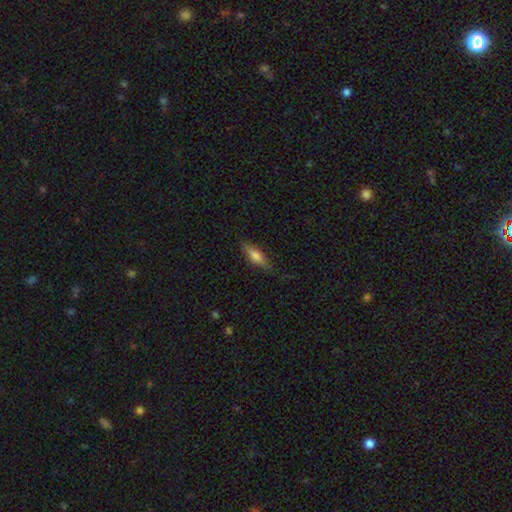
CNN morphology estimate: This is possibly a smooth galaxy (57%). How rounded: possibly cigar-shaped (58%). Merging: clearly none (81%).